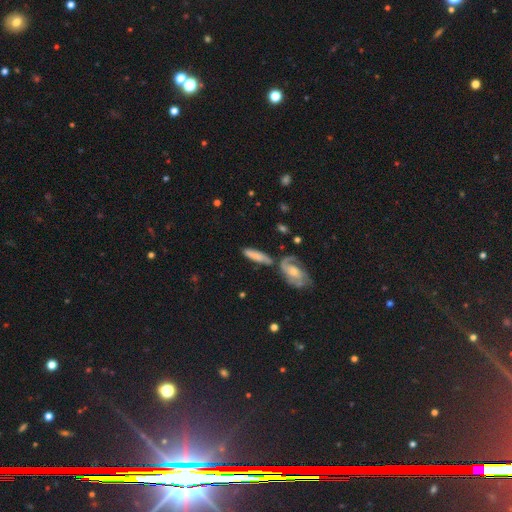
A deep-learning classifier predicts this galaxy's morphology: type=smooth (62%); roundness=cigar-shaped (60%); merging=none (56%).